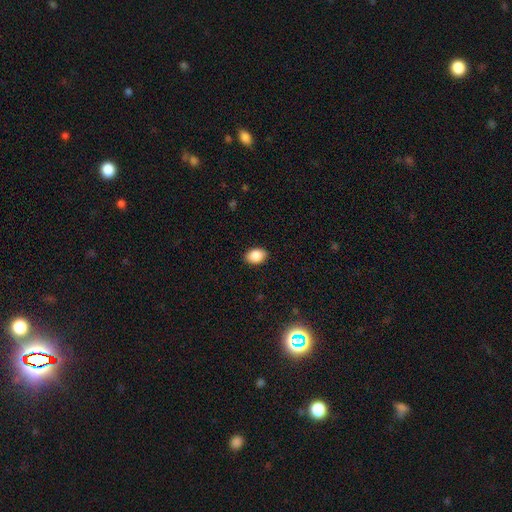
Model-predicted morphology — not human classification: smooth 88%, star or artifact 8%, featured or disk 4%. Down the decision tree: how rounded — in between (82%); merging — none (89%).